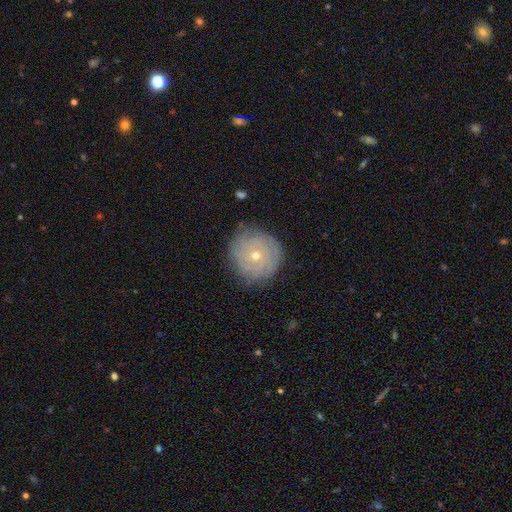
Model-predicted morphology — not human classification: Smooth or featured?
  - featured or disk: 65% *
  - smooth: 26%
  - star or artifact: 9%
Edge-on disk?
  - no: 97% *
  - yes: 3%
Bar?
  - no: 84% *
  - weak: 13%
  - strong: 3%
Spiral arms?
  - yes: 83% *
  - no: 17%
Spiral winding?
  - tight: 81% *
  - medium: 15%
  - loose: 5%
Spiral arm count?
  - can't tell: 50% *
  - 2: 15%
  - 3: 13%
  - 4: 10%
  - more than 4: 6%
  - 1: 5%
Bulge size?
  - small: 60% *
  - moderate: 37%
  - large: 1%
  - none: 1%
  - dominant: 1%
Merging?
  - none: 80% *
  - minor disturbance: 14%
  - major disturbance: 4%
  - merger: 1%